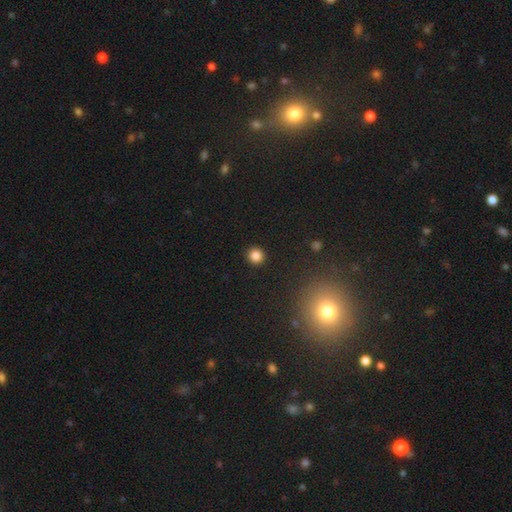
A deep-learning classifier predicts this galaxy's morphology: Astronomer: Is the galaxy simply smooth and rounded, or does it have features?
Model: smooth — 84%.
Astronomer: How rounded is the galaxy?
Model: round — 93%.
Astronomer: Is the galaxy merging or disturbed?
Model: none — 92%.